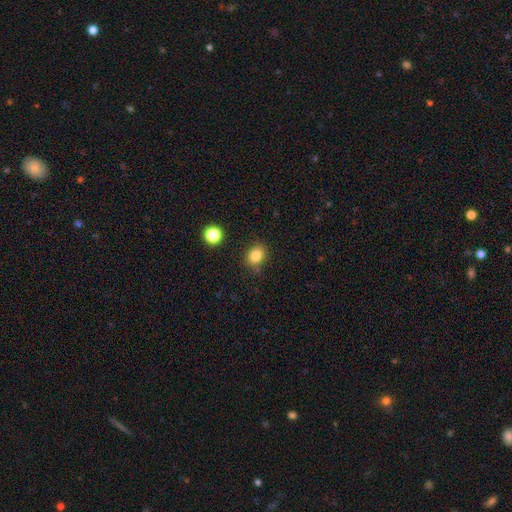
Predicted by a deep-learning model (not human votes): A smooth galaxy with no disk features (83%) that is in between round and cigar-shaped (55%). Merging: none (81%).